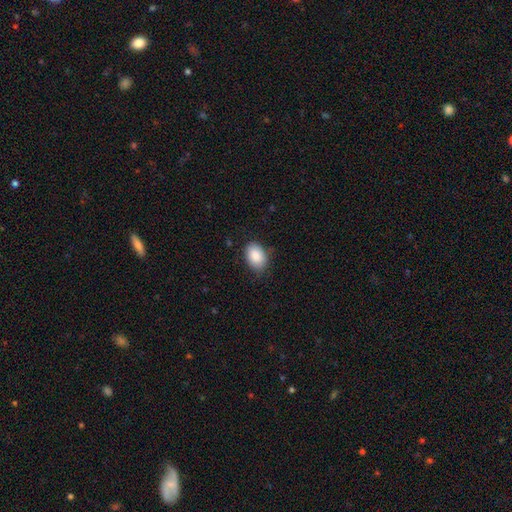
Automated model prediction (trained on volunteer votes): Morphology: type=smooth (89%); roundness=in between (84%); merging=none (77%).